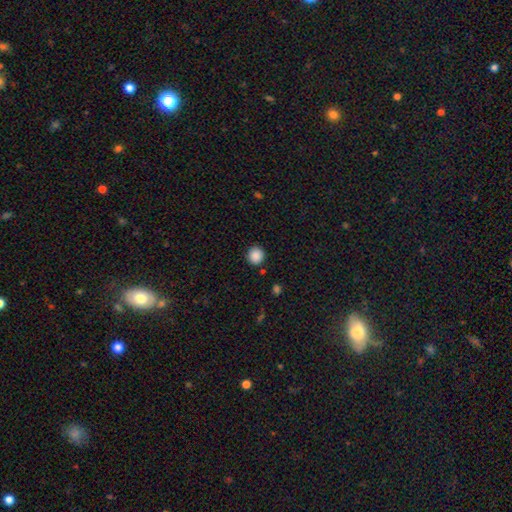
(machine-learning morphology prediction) Q: Smooth or featured?
A: smooth (88%); runner-up: star or artifact (9%)
Q: How rounded?
A: round (92%); runner-up: in between (7%)
Q: Merging?
A: none (90%); runner-up: minor disturbance (6%)